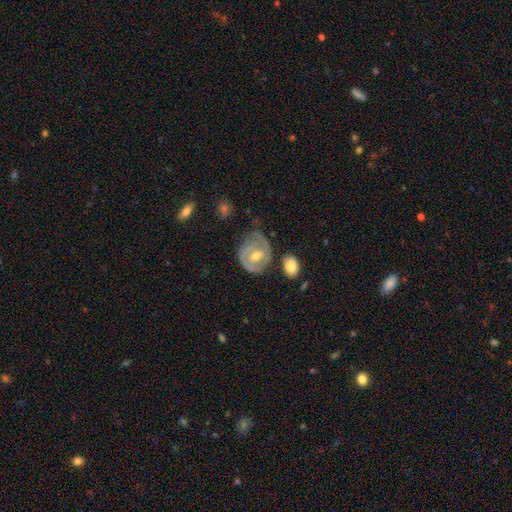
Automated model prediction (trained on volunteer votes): This appears to be a featured or disk galaxy (75%) with no bar (57%), 2 (54%) tight (64%) spiral arms (81%) and a moderate central bulge (69%). Merging: none (58%).